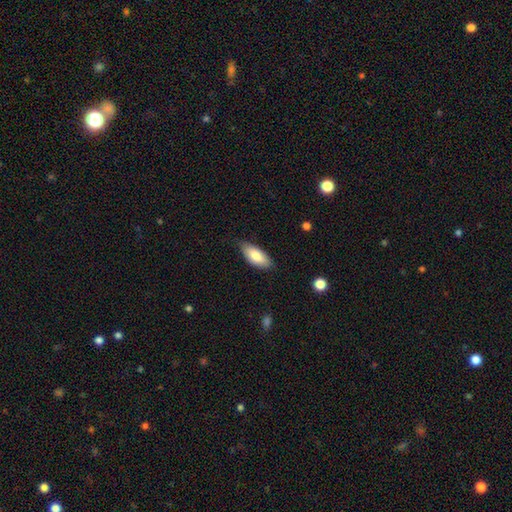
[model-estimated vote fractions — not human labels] Smooth or featured: smooth — 82% (featured or disk — 12%)
How rounded: in between — 86% (cigar-shaped — 12%)
Merging: none — 77% (minor disturbance — 19%)